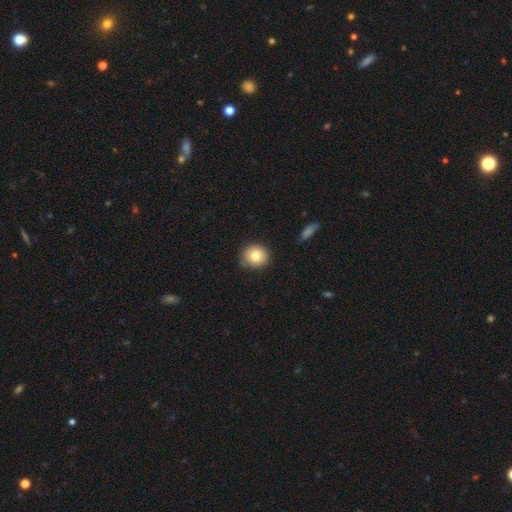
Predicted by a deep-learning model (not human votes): Morphology: type=smooth (78%); roundness=round (88%); merging=none (85%).